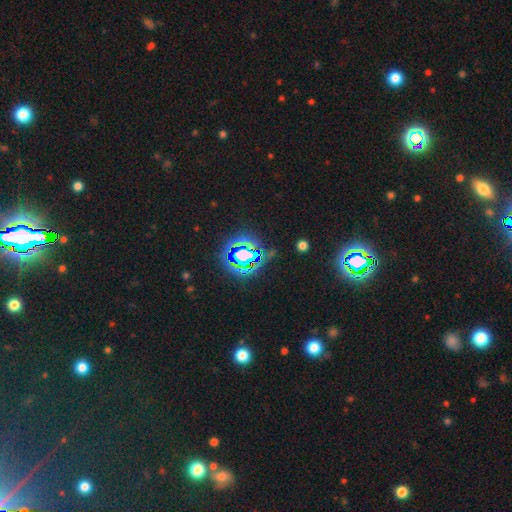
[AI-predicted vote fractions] Morphology: type=star or artifact (80%).